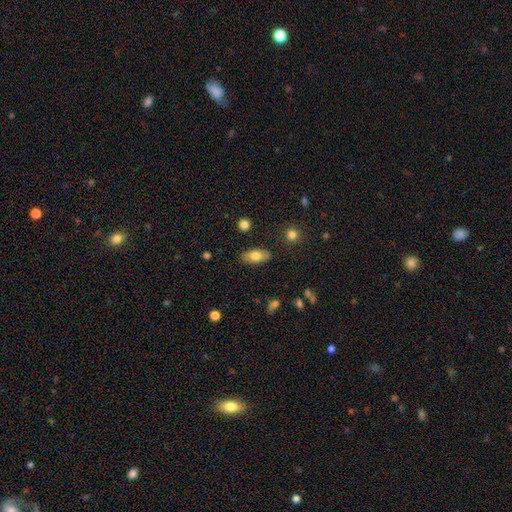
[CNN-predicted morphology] type=smooth (77%); roundness=in between (88%); merging=none (85%).